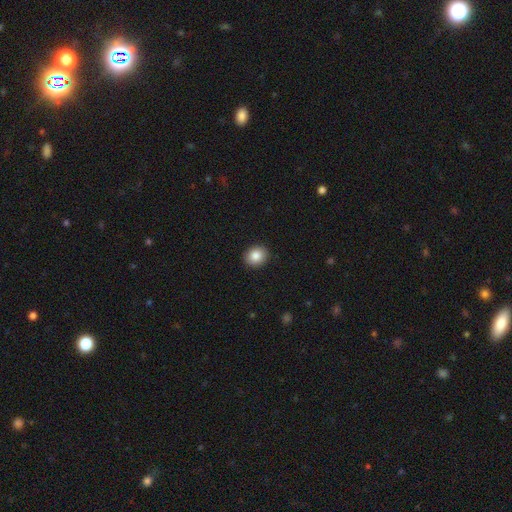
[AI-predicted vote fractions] smooth_or_featured: smooth (p=0.85) [alt: star or artifact p=0.09]
how_rounded: round (p=0.67) [alt: in between p=0.32]
merging: none (p=0.91) [alt: minor disturbance p=0.06]